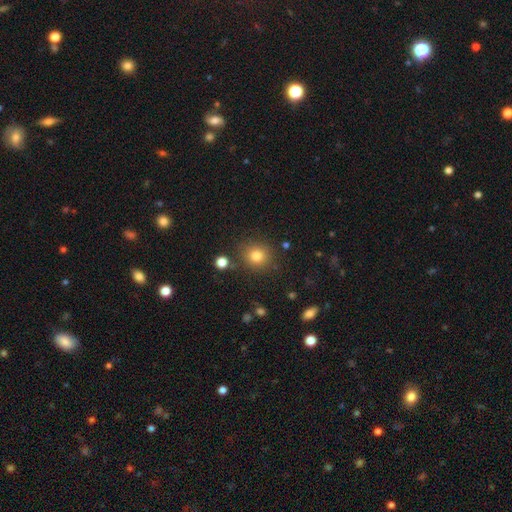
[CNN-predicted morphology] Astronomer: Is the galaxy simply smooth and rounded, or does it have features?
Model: smooth — 81%.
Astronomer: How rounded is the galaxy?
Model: round — 86%.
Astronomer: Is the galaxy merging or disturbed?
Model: none — 84%.